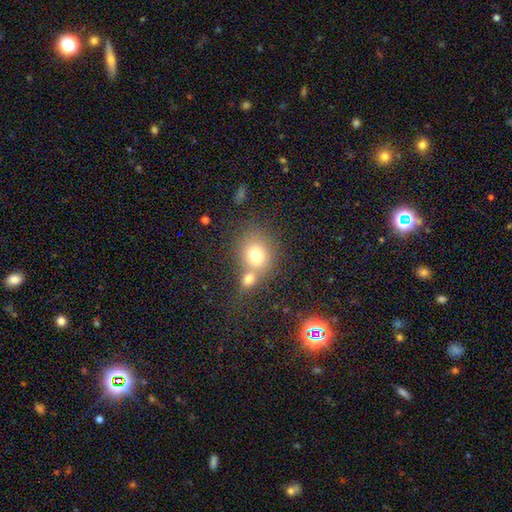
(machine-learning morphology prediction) smooth_or_featured: smooth (p=0.74) [alt: featured or disk p=0.14]
how_rounded: round (p=0.72) [alt: in between p=0.27]
merging: merger (p=0.46) [alt: none p=0.42]